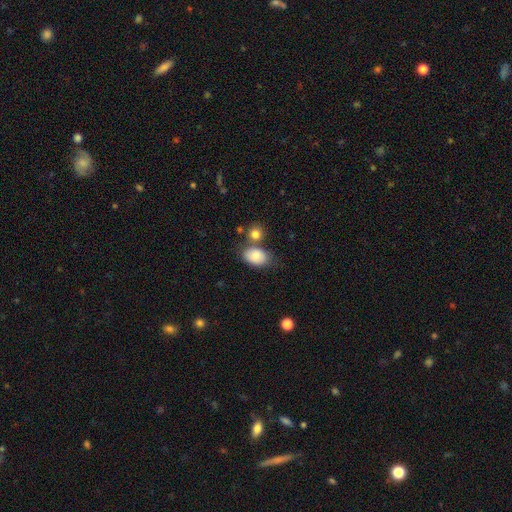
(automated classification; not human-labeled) smooth_or_featured: smooth (p=0.83) [alt: featured or disk p=0.09]
how_rounded: in between (p=0.86) [alt: round p=0.13]
merging: none (p=0.60) [alt: merger p=0.19]